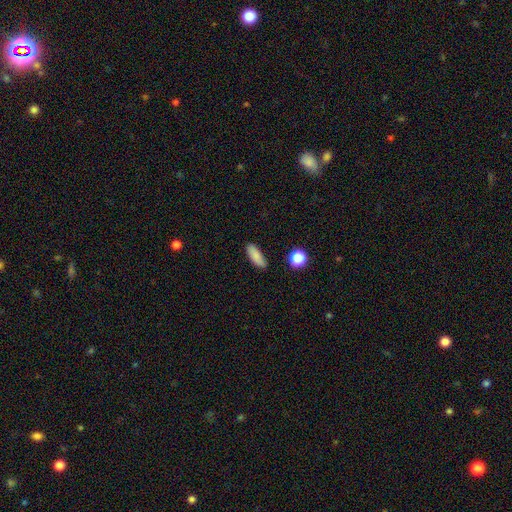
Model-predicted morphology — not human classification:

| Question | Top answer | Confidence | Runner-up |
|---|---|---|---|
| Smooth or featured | smooth | 84% | star or artifact (9%) |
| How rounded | in between | 67% | cigar-shaped (30%) |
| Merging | none | 82% | minor disturbance (13%) |